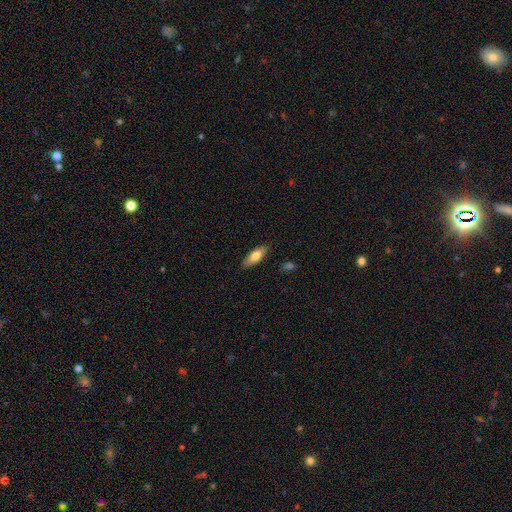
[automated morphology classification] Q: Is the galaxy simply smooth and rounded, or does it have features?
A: smooth — 71%.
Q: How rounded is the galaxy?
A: in between — 62%.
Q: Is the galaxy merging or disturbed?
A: none — 85%.